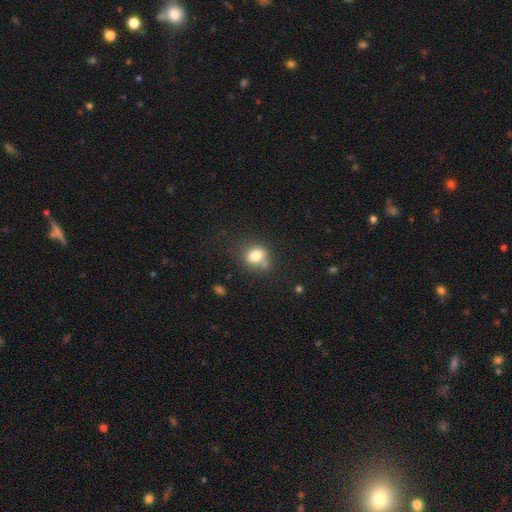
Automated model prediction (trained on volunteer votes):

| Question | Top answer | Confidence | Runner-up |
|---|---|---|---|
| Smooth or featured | smooth | 79% | star or artifact (11%) |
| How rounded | round | 60% | in between (39%) |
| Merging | none | 58% | minor disturbance (19%) |